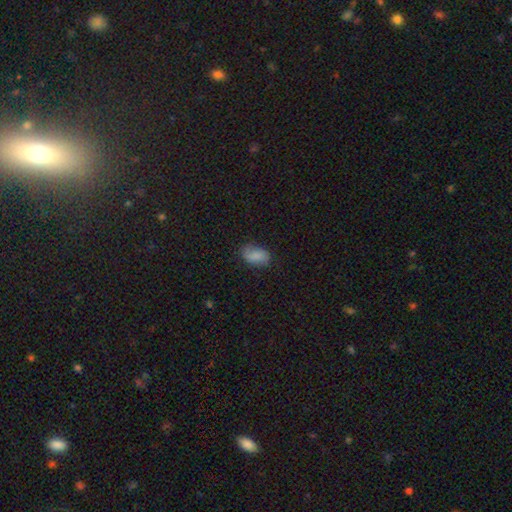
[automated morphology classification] smooth 80%, featured or disk 11%, star or artifact 8%. Down the decision tree: how rounded — in between (91%); merging — none (70%).